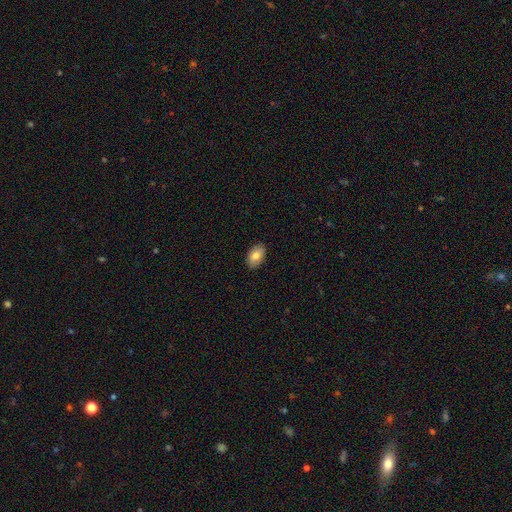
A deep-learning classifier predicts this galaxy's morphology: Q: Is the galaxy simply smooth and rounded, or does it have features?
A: smooth — 79%.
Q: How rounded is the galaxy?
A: in between — 93%.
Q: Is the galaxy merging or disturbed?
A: none — 89%.